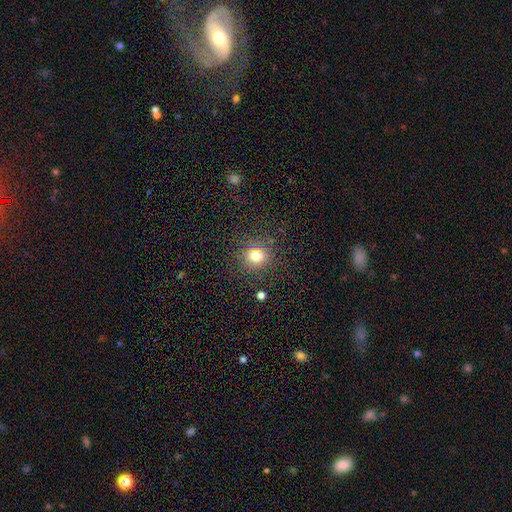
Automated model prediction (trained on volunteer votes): This is likely a smooth galaxy (75%). How rounded: clearly round (85%). Merging: clearly none (85%).